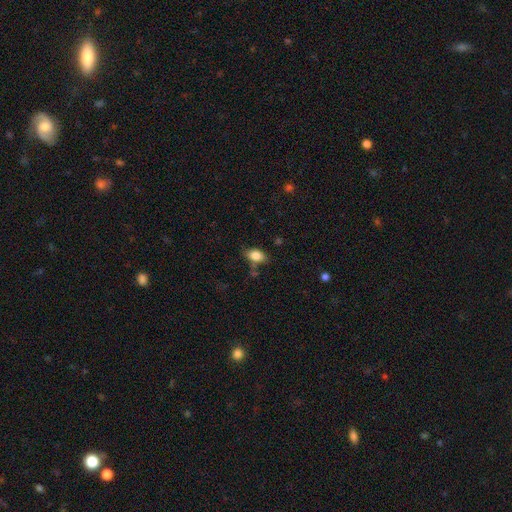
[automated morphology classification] The model was most divided on "merging": none: 69%, minor disturbance: 19%, merger: 6%, major disturbance: 5%. More confident: how rounded — in between (85%); smooth or featured — smooth (83%).